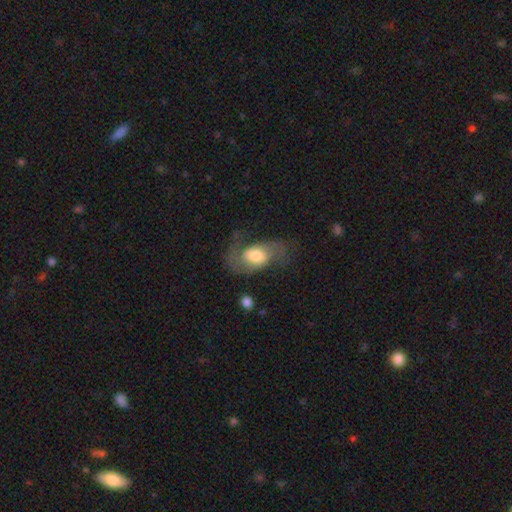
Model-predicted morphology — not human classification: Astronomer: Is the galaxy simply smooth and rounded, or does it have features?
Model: featured or disk — 60%.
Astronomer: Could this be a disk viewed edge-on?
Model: no — 95%.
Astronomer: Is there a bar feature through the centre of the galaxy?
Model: no — 57% (runner-up: weak, 35%).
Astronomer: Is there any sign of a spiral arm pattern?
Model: yes — 84%.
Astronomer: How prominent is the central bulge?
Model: moderate — 56%.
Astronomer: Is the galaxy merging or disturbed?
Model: none — 47% (runner-up: major disturbance, 29%).